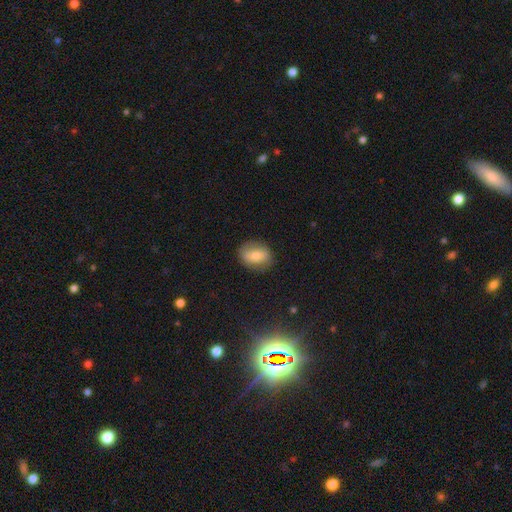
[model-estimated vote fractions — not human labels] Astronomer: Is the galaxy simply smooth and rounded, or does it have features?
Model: smooth — 70%.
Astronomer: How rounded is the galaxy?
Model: in between — 61% (runner-up: round, 37%).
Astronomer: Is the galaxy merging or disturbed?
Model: none — 83%.